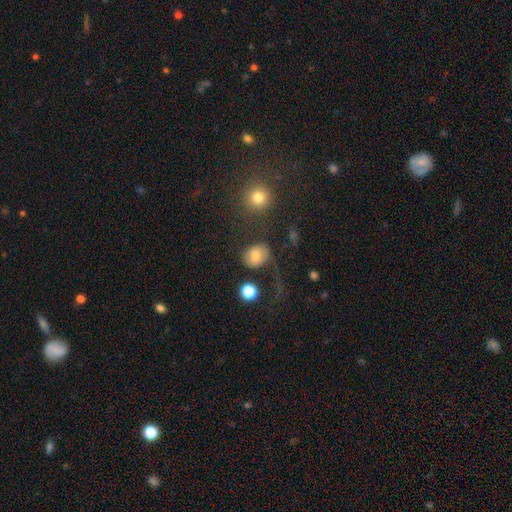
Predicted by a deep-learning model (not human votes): The model was most divided on "how rounded": round: 61%, in between: 38%, cigar-shaped: 1%. More confident: smooth or featured — smooth (72%); merging — none (58%).